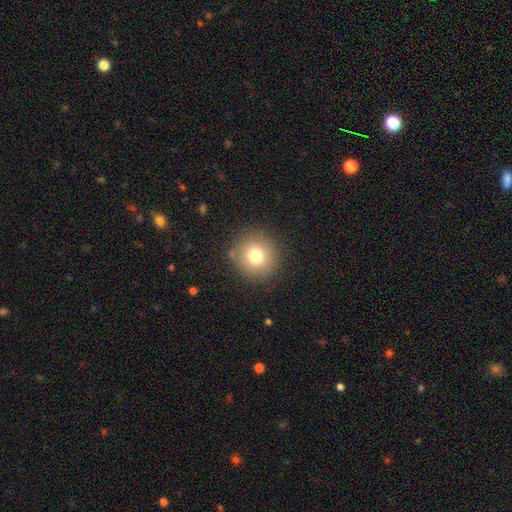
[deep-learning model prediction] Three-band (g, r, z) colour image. It shows a smooth galaxy with no disk features (76%) that is round (94%). Merging: none (88%).